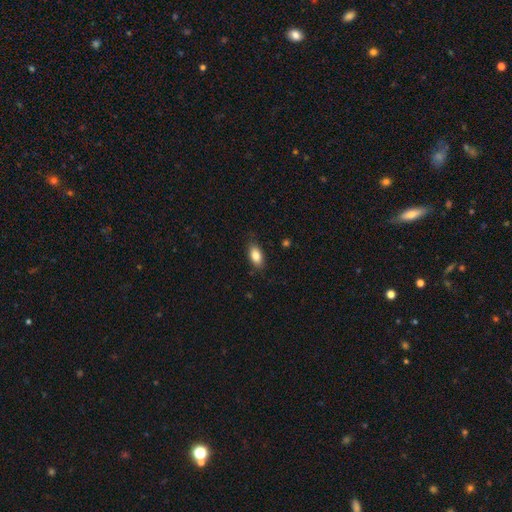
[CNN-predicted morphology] Q: Smooth or featured?
A: smooth (84%); runner-up: featured or disk (8%)
Q: How rounded?
A: in between (89%); runner-up: cigar-shaped (6%)
Q: Merging?
A: none (82%); runner-up: minor disturbance (14%)